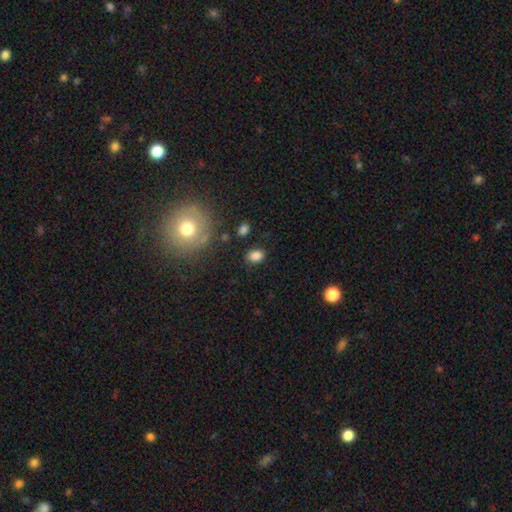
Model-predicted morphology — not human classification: Q: Smooth or featured?
A: smooth (84%); runner-up: star or artifact (11%)
Q: How rounded?
A: in between (69%); runner-up: round (29%)
Q: Merging?
A: none (81%); runner-up: minor disturbance (12%)